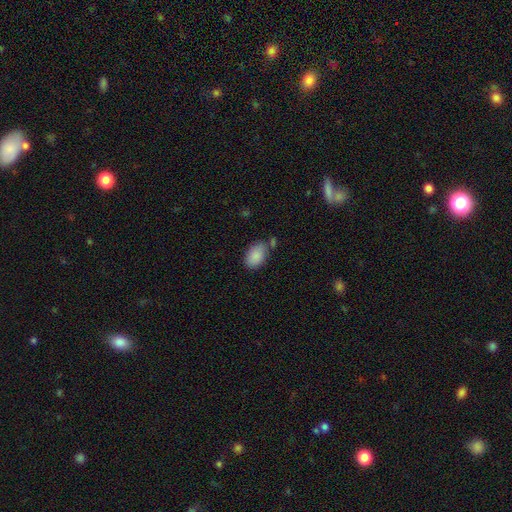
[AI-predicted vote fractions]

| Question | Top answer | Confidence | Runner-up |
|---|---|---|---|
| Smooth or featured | smooth | 88% | star or artifact (7%) |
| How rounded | in between | 91% | round (8%) |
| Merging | none | 67% | minor disturbance (19%) |